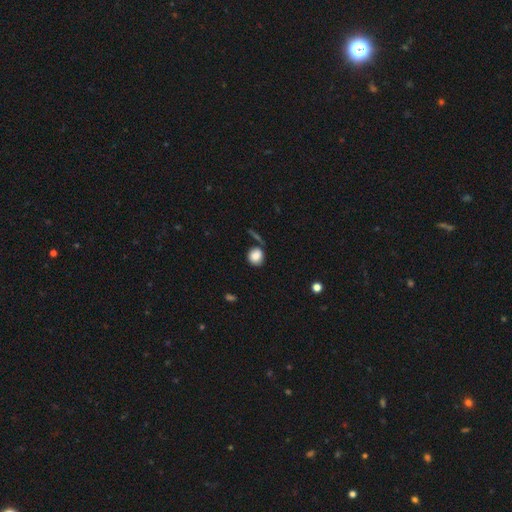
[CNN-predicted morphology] The model was most divided on "merging": none: 66%, minor disturbance: 19%, merger: 8%, major disturbance: 7%. More confident: smooth or featured — smooth (85%); how rounded — round (78%).